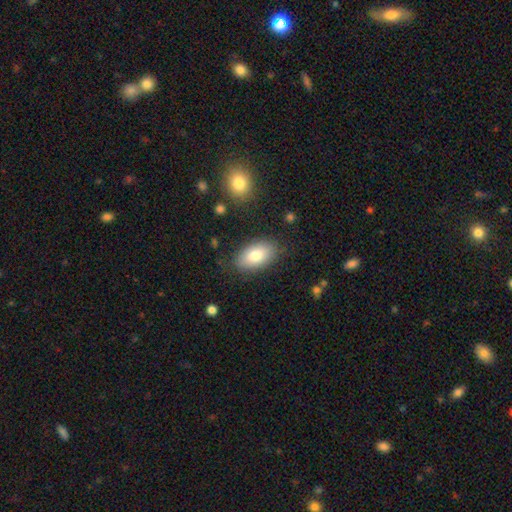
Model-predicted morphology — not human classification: Smooth or featured: smooth — 79% (featured or disk — 14%)
How rounded: in between — 93% (round — 5%)
Merging: none — 82% (minor disturbance — 12%)